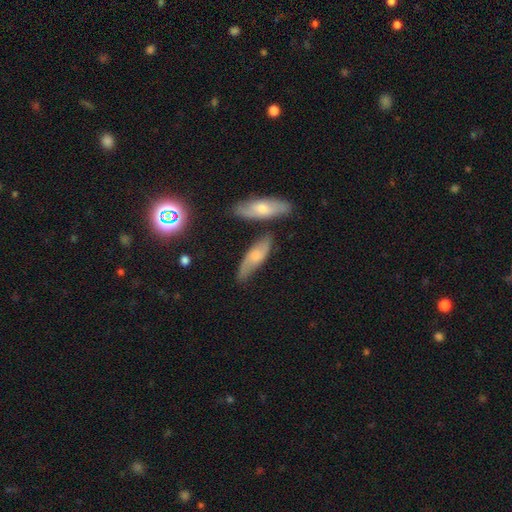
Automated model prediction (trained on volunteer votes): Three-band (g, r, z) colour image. It shows a smooth galaxy with no disk features (50%). Merging: none (68%).